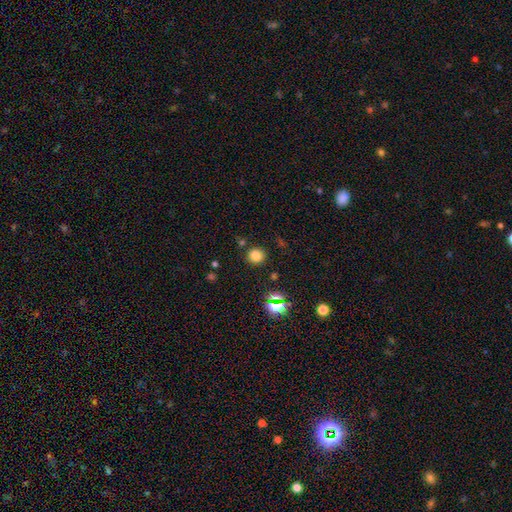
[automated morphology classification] smooth 77%, star or artifact 17%, featured or disk 6%. Down the decision tree: how rounded — round (91%); merging — none (87%).